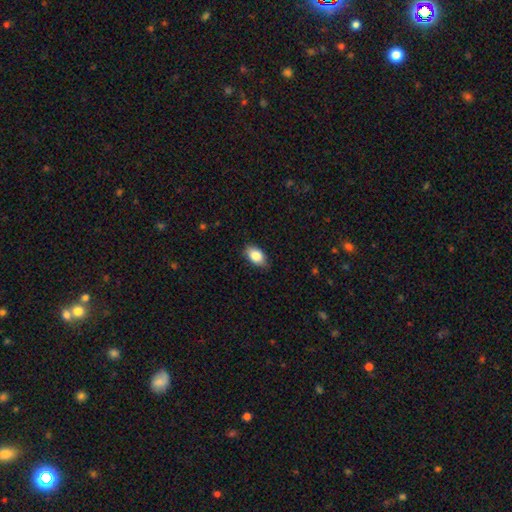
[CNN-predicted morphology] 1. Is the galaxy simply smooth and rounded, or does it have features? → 85% smooth, 8% featured or disk, 7% star or artifact.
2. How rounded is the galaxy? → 89% in between, 9% round, 2% cigar-shaped.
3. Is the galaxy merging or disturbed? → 83% none, 14% minor disturbance, 2% major disturbance, 1% merger.